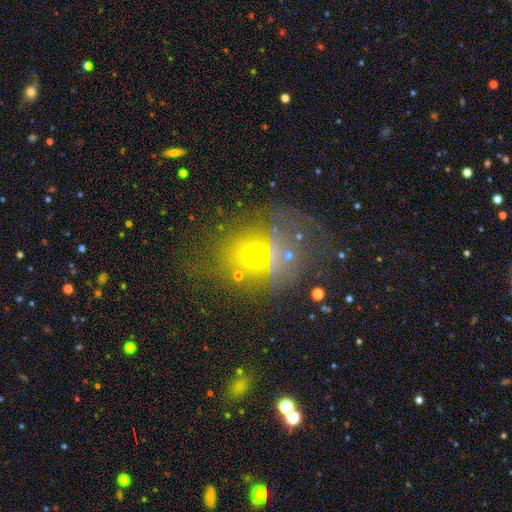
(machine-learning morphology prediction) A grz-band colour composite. It shows a smooth galaxy with no disk features (48%). Merging: none (59%).